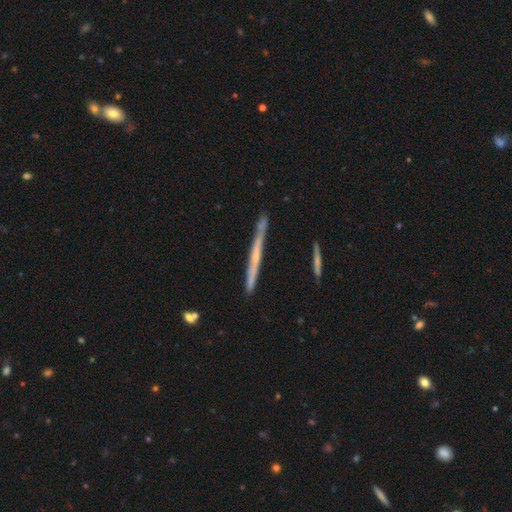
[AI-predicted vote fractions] The model was most divided on "smooth or featured": featured or disk: 62%, smooth: 32%, star or artifact: 6%. More confident: edge-on disk — yes (96%); merging — none (81%); edge-on bulge — none (70%).